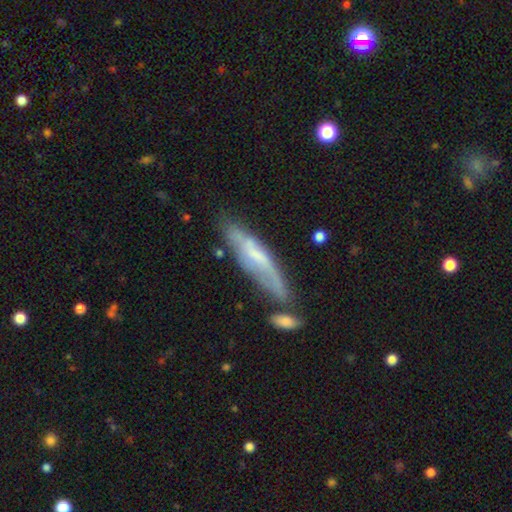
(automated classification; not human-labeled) Smooth or featured? featured or disk (59%)
Edge-on disk? yes (51%)
Merging? none (49%)